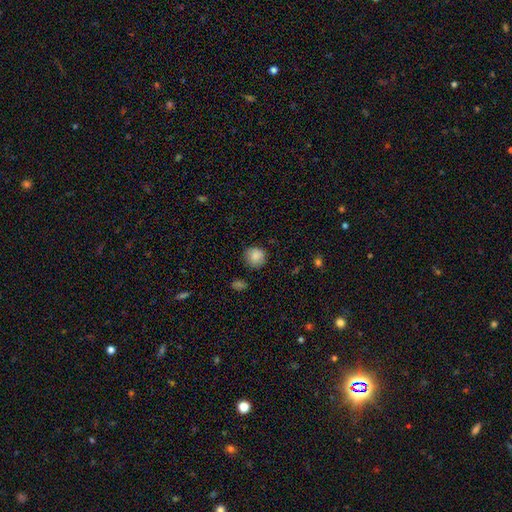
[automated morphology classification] Q: Smooth or featured?
A: smooth (85%); runner-up: star or artifact (9%)
Q: How rounded?
A: round (89%); runner-up: in between (10%)
Q: Merging?
A: none (81%); runner-up: minor disturbance (15%)